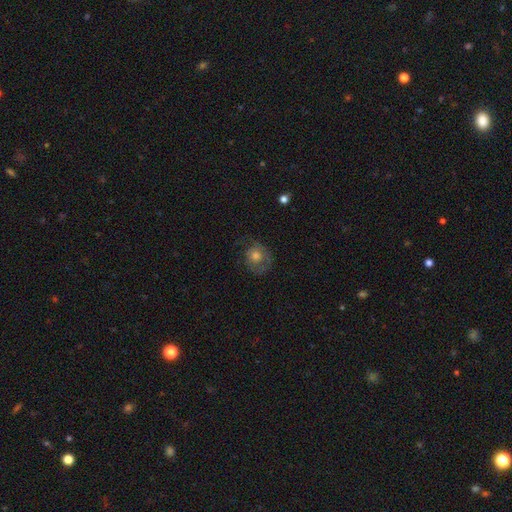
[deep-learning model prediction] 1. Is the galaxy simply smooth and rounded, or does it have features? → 49% smooth, 40% featured or disk, 11% star or artifact.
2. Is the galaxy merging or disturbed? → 61% none, 22% minor disturbance, 16% major disturbance, 1% merger.